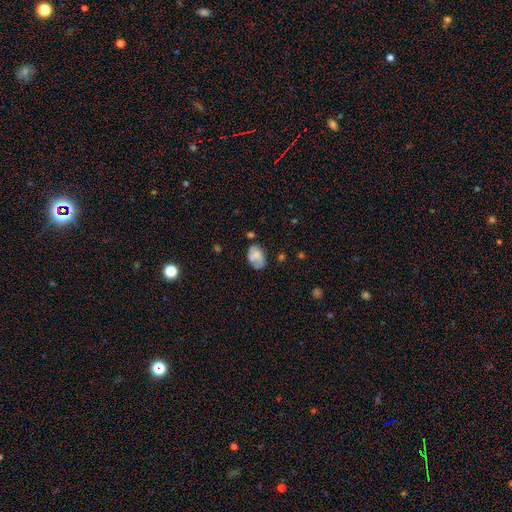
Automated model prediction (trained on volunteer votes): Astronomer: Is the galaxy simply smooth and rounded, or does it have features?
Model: smooth — 60%.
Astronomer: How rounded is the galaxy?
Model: in between — 84%.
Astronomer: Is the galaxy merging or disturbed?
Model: none — 47% (runner-up: minor disturbance, 30%).